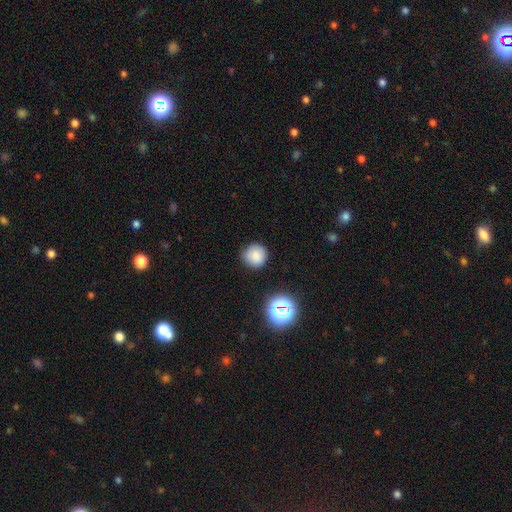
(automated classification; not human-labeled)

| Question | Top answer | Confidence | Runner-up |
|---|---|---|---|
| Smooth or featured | smooth | 81% | star or artifact (13%) |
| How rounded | round | 94% | in between (5%) |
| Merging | none | 86% | minor disturbance (10%) |